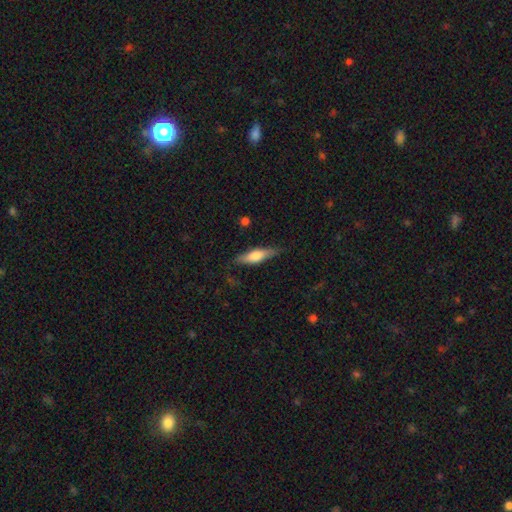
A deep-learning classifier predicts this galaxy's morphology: type=smooth (60%); roundness=cigar-shaped (63%); merging=none (78%).